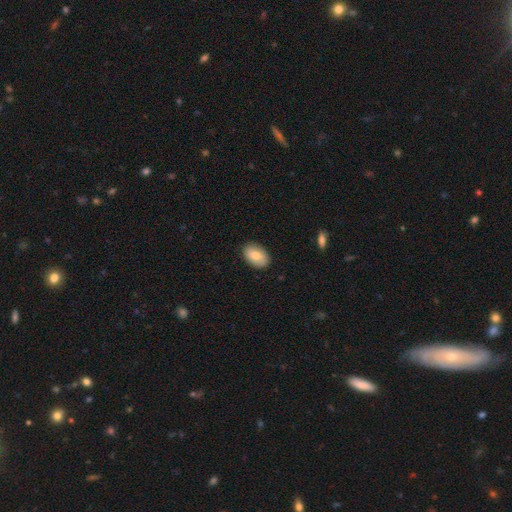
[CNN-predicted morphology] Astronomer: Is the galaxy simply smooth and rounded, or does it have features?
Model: smooth — 81%.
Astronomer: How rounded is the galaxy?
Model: in between — 91%.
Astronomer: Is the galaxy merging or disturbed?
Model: none — 87%.